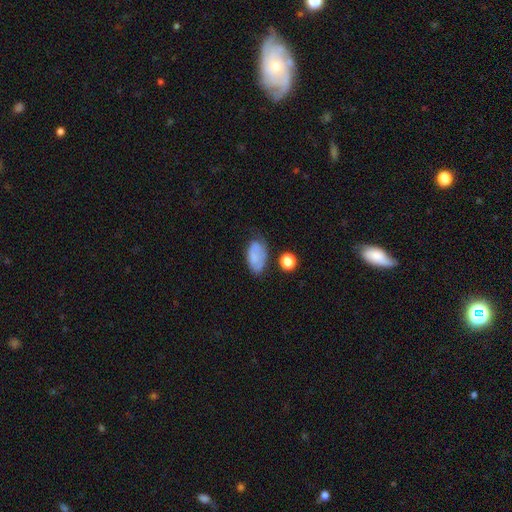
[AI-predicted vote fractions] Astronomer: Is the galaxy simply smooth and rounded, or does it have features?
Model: smooth — 71%.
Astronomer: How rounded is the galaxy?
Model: in between — 93%.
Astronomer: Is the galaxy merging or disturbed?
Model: none — 56%.